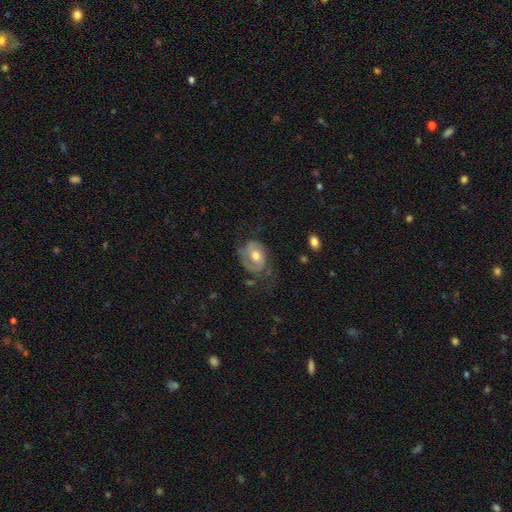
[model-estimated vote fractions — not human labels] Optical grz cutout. It shows a featured or disk galaxy (65%) with no bar (59%), 2 (56%) medium (41%) spiral arms (82%) and a moderate central bulge (70%). Merging: none (47%).